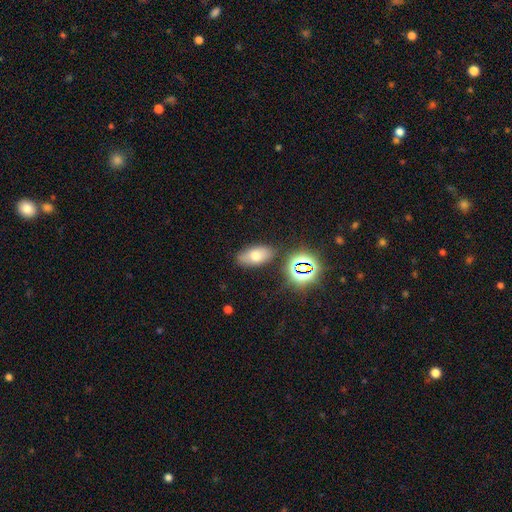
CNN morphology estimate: type=smooth (66%); roundness=in between (88%); merging=none (82%).